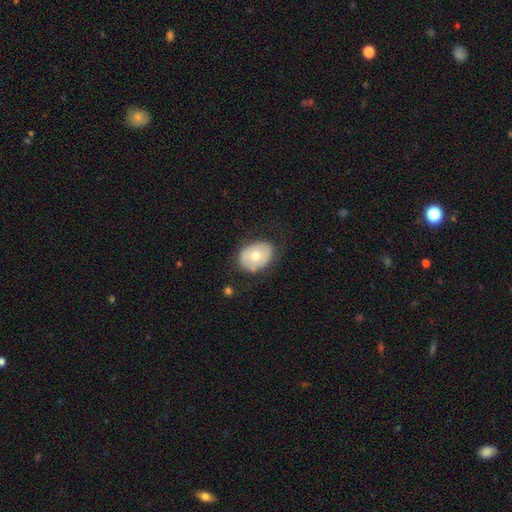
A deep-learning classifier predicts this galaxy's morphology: Smooth or featured? smooth (63%)
How rounded? in between (69%)
Merging? none (76%)